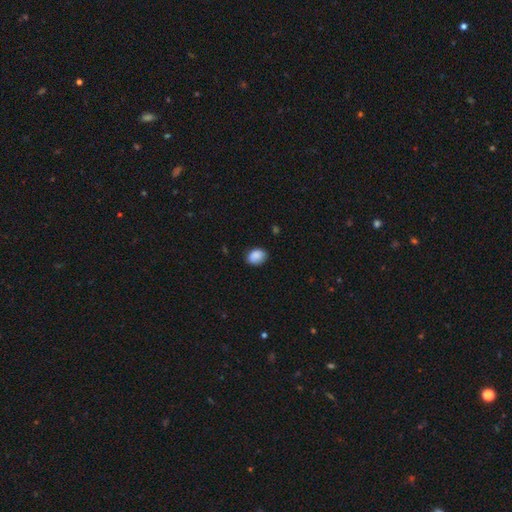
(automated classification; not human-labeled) smooth-or-featured: smooth: 88% | star or artifact: 8% | featured or disk: 4%
  how-rounded: in between: 68% | round: 31% | cigar-shaped: 1%
  merging: none: 78% | minor disturbance: 18% | major disturbance: 3% | merger: 1%